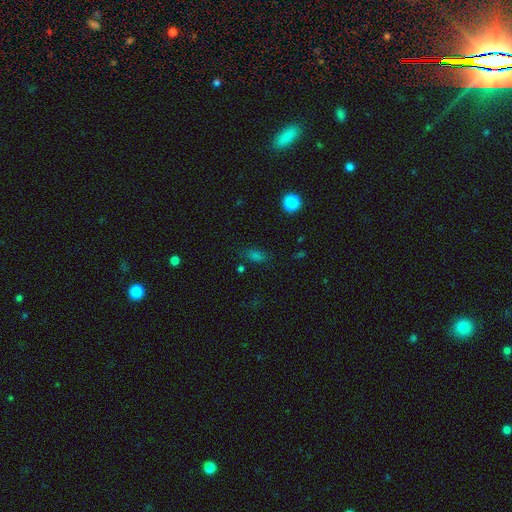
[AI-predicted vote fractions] The model was most divided on "smooth or featured": smooth: 63%, star or artifact: 28%, featured or disk: 8%. More confident: merging — none (78%); how rounded — in between (75%).